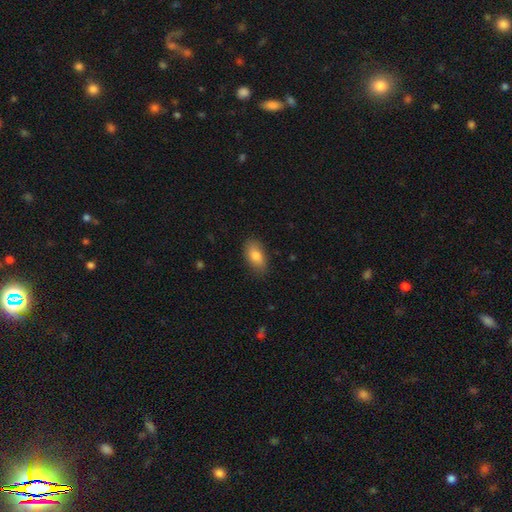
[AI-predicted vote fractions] The model was most divided on "merging": none: 82%, minor disturbance: 14%, major disturbance: 3%, merger: 1%. More confident: how rounded — in between (91%); smooth or featured — smooth (82%).